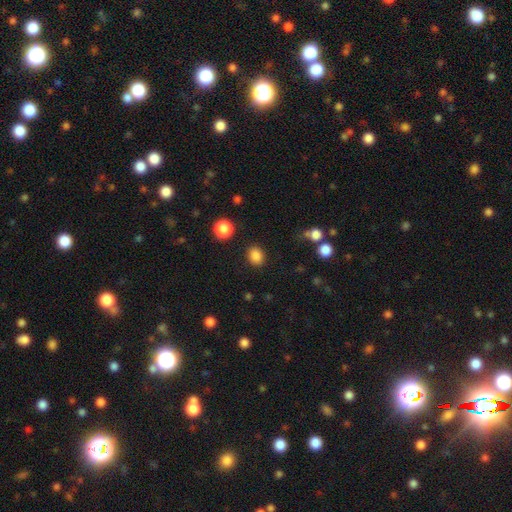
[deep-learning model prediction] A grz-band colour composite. It shows a smooth galaxy with no disk features (85%) that is round (55%). Merging: none (87%).